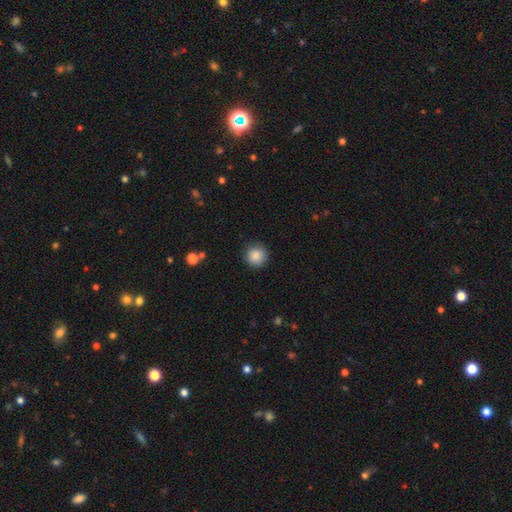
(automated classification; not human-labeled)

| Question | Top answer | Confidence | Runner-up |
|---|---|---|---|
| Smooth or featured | smooth | 87% | star or artifact (9%) |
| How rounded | round | 95% | in between (4%) |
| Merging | none | 89% | minor disturbance (8%) |